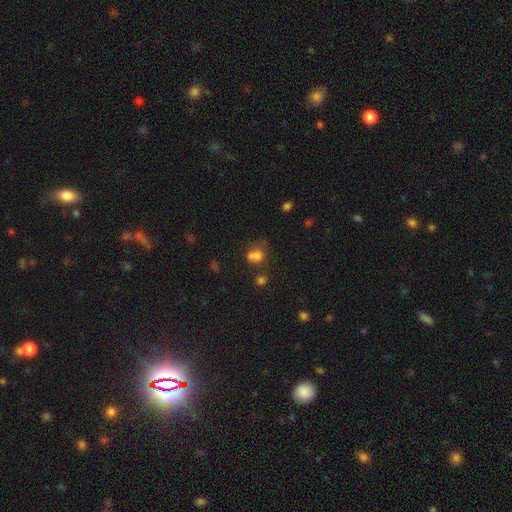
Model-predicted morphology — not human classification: smooth 70%, star or artifact 16%, featured or disk 14%. Down the decision tree: how rounded — round (59%); merging — merger (44%).